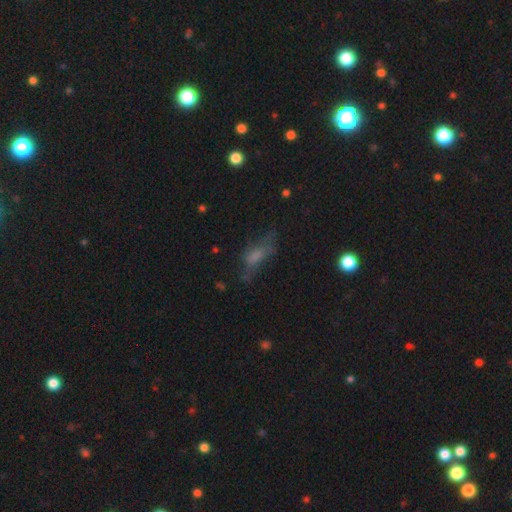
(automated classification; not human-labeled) Smooth or featured? Predicted: smooth (p=0.51). How rounded? Predicted: in between (p=0.65). Merging? Predicted: none (p=0.41).